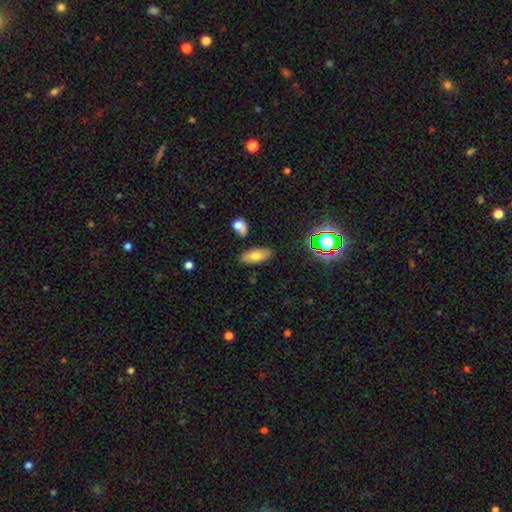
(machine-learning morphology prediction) Smooth or featured? smooth (70%)
How rounded? in between (86%)
Merging? none (80%)